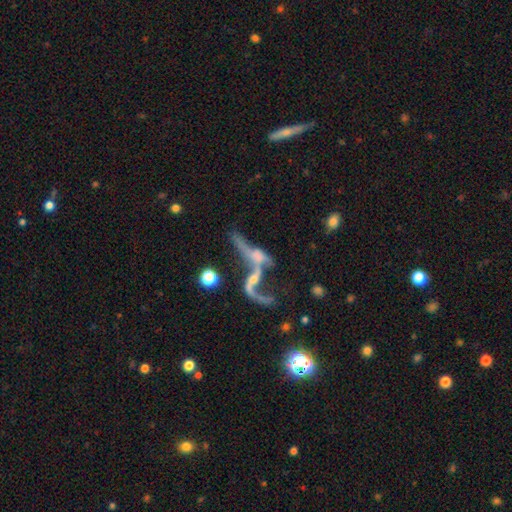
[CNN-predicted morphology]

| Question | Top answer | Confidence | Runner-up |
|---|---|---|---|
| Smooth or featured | featured or disk | 68% | smooth (20%) |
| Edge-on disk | no | 85% | yes (15%) |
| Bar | no | 63% | weak (26%) |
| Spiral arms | yes | 59% | no (41%) |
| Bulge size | none | 37% | small (31%) |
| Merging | merger | 59% | major disturbance (19%) |